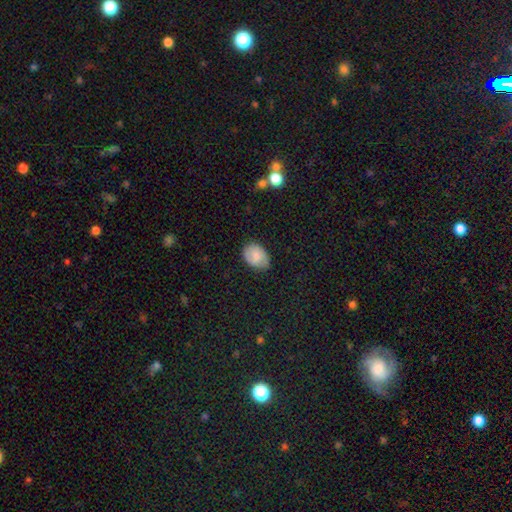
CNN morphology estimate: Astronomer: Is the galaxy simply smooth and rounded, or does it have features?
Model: smooth — 69%.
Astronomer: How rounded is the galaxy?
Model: in between — 75%.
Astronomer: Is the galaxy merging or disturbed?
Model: none — 73%.